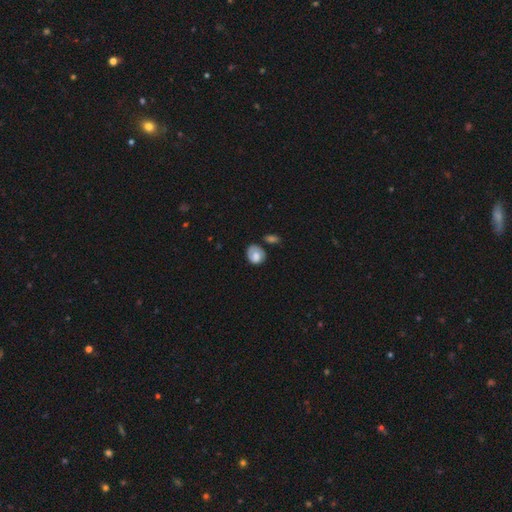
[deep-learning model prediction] Overall: smooth (73%). How rounded: round (54%; in between 45%). Merging: none (51%; minor disturbance 30%).